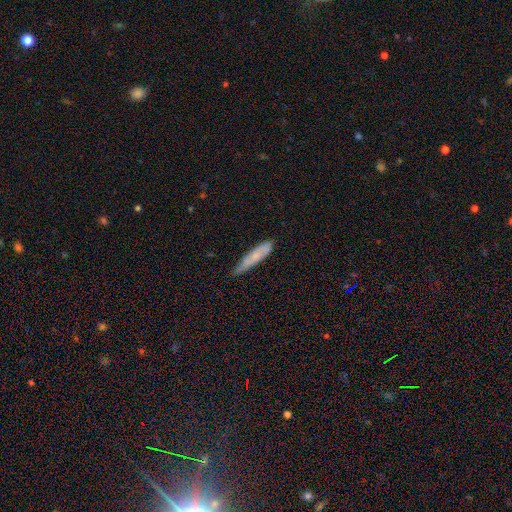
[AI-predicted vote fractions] smooth 68%, featured or disk 26%, star or artifact 7%. Down the decision tree: how rounded — cigar-shaped (86%); merging — none (59%).